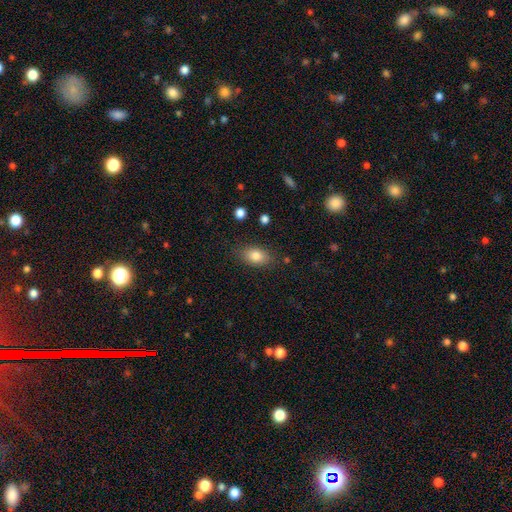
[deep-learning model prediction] This is clearly a smooth galaxy (83%). How rounded: clearly in between (86%). Merging: clearly none (83%).